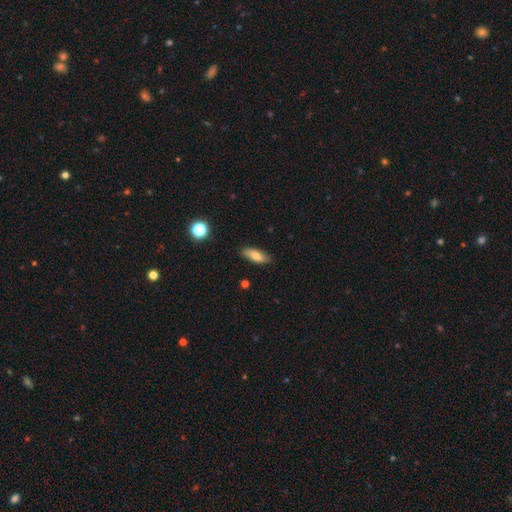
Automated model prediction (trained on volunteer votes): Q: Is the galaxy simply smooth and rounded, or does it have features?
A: smooth — 75%.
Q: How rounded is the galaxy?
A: in between — 68%.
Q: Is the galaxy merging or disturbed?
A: none — 84%.